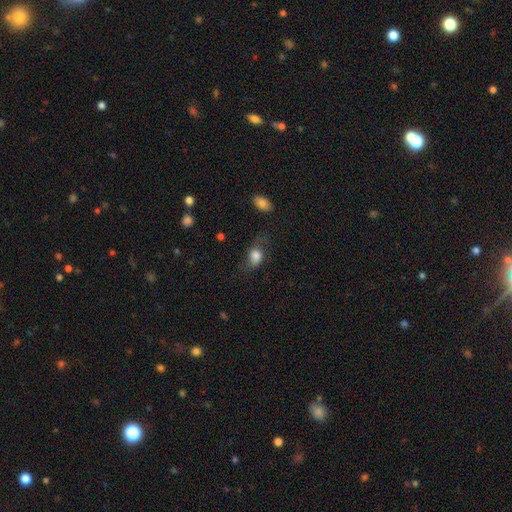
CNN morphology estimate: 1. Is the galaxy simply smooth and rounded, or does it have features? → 72% smooth, 19% featured or disk, 9% star or artifact.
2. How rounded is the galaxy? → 72% in between, 25% round, 3% cigar-shaped.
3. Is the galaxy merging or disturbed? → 49% none, 26% minor disturbance, 22% major disturbance, 3% merger.